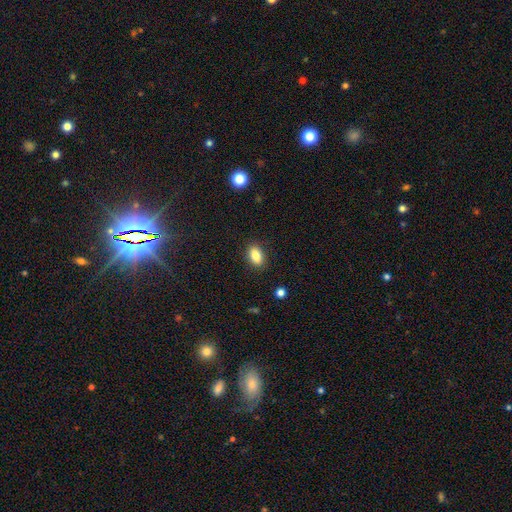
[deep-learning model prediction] A smooth galaxy with no disk features (85%) that is in between round and cigar-shaped (88%). Merging: none (87%).